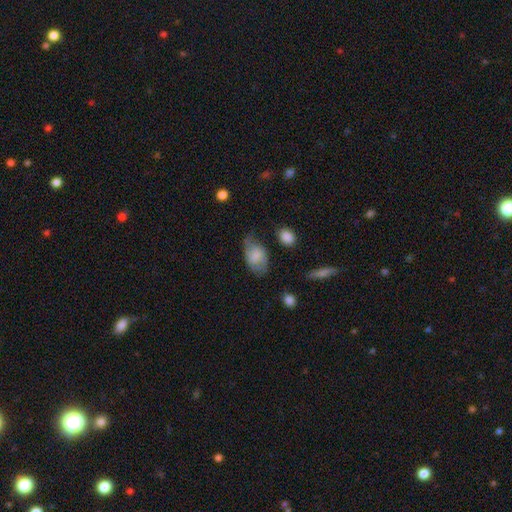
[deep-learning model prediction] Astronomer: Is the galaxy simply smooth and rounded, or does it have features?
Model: smooth — 63%.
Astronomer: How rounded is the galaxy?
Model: in between — 89%.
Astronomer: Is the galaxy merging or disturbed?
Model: none — 51% (runner-up: minor disturbance, 33%).